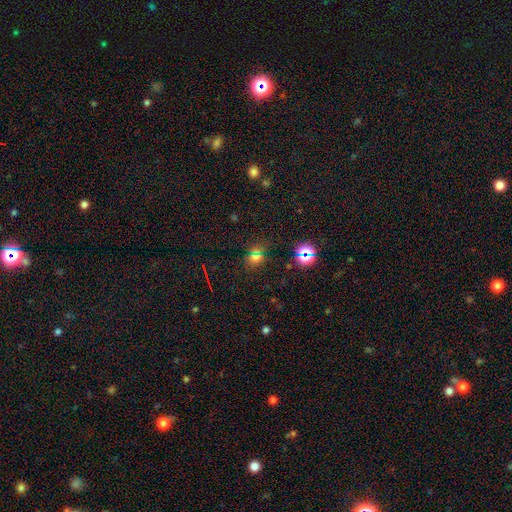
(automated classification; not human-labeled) Q: Smooth or featured?
A: smooth (50%); runner-up: star or artifact (41%)
Q: Merging?
A: none (78%); runner-up: minor disturbance (11%)